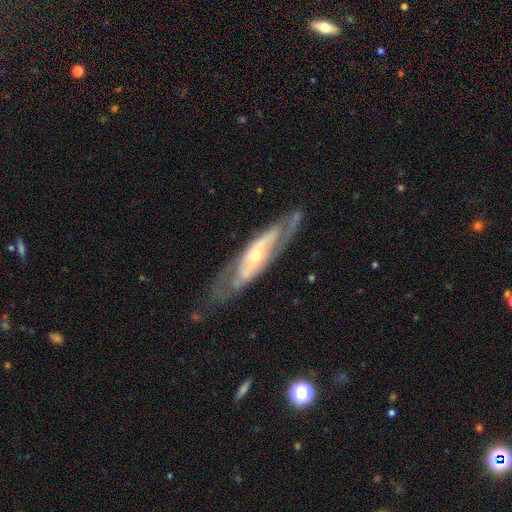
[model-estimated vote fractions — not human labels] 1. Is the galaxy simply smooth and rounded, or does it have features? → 80% featured or disk, 15% smooth, 5% star or artifact.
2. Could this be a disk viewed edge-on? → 74% no, 26% yes.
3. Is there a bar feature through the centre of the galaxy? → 57% no, 26% weak, 17% strong.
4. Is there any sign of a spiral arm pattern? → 74% yes, 26% no.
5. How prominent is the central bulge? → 51% moderate, 43% small, 4% large, 1% none, 1% dominant.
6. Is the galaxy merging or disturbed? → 73% none, 17% minor disturbance, 8% major disturbance, 2% merger.